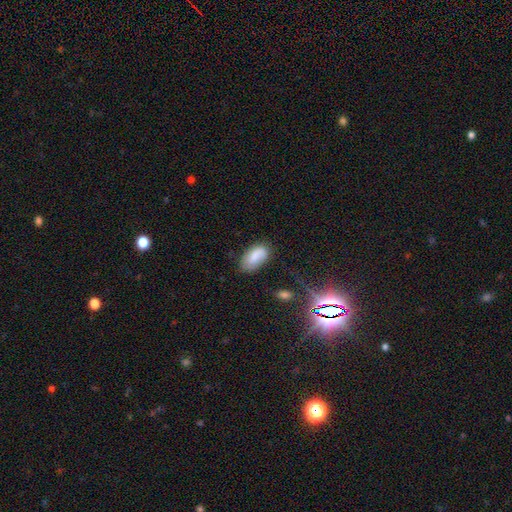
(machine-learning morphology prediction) Overall: smooth (75%). How rounded: in between (94%). Merging: none (70%).